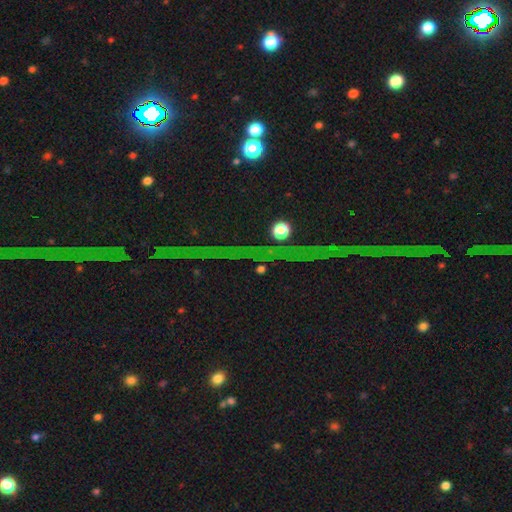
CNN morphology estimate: Smooth or featured?
  - star or artifact: 80% *
  - featured or disk: 11%
  - smooth: 9%